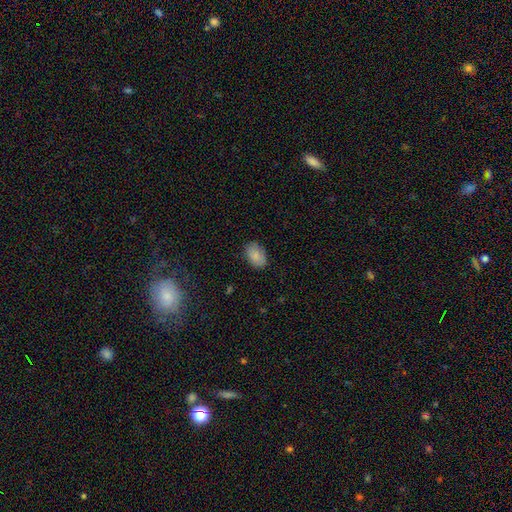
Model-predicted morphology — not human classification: This is clearly a smooth galaxy (85%). How rounded: clearly in between (86%). Merging: clearly none (84%).